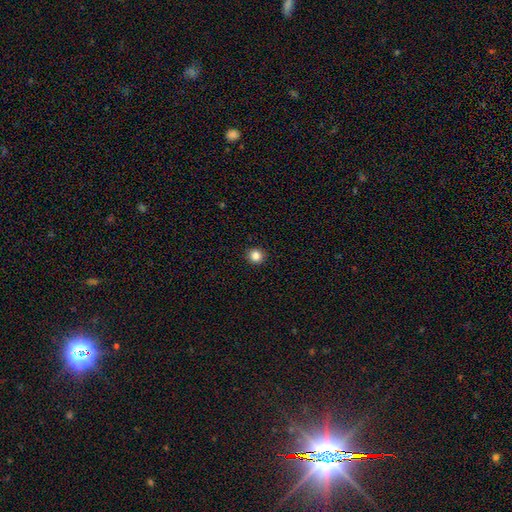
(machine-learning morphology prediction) Overall: smooth (84%). How rounded: round (90%). Merging: none (93%).